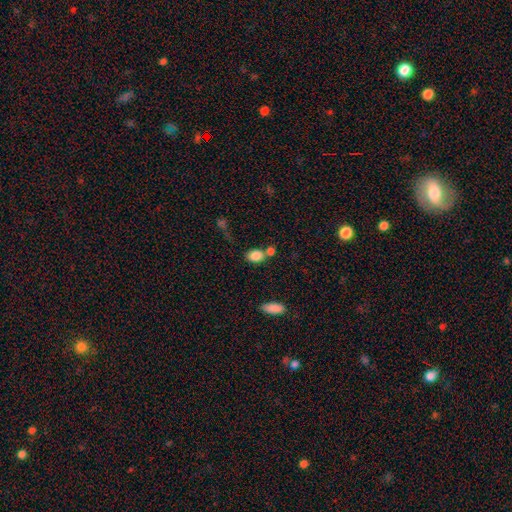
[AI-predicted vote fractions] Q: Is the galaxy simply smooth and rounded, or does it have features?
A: smooth — 84%.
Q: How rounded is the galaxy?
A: in between — 70%.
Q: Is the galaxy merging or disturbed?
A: none — 54%.